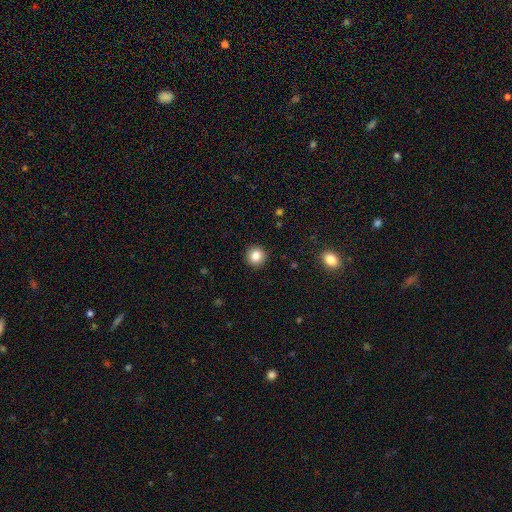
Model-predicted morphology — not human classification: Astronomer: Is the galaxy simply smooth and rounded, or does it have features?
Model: smooth — 84%.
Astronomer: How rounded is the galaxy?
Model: round — 93%.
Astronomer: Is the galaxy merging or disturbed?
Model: none — 92%.